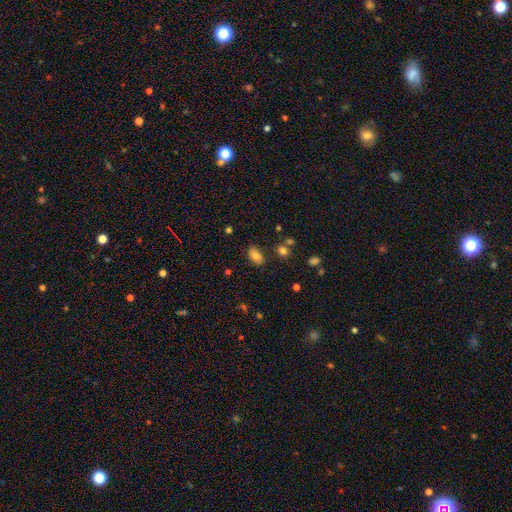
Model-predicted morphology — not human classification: Overall: smooth (76%). How rounded: in between (89%). Merging: none (80%).